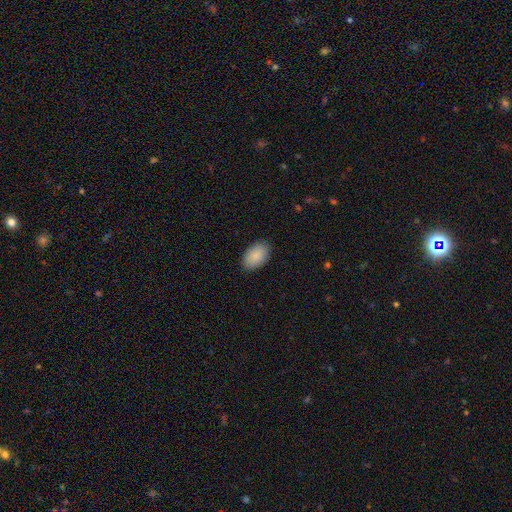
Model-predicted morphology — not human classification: A smooth galaxy with no disk features (88%) that is in between round and cigar-shaped (92%). Merging: none (87%).